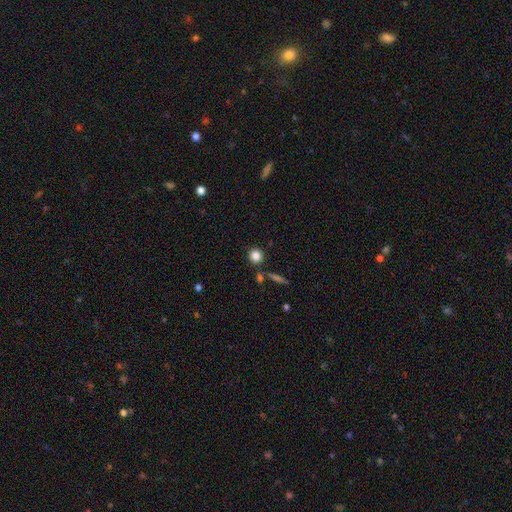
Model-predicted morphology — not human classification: Smooth or featured? Predicted: smooth (p=0.83). How rounded? Predicted: round (p=0.87). Merging? Predicted: none (p=0.81).